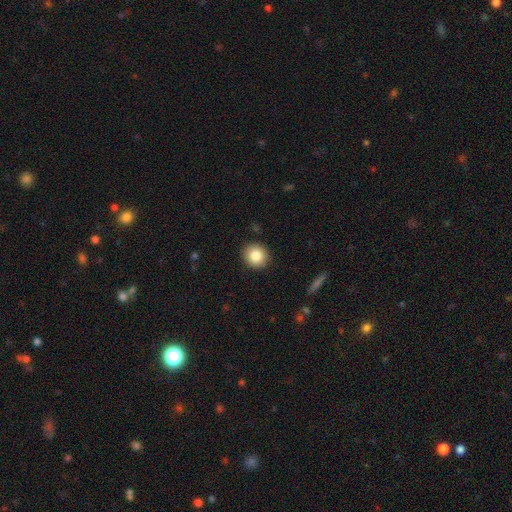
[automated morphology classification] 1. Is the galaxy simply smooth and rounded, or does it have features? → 84% smooth, 9% star or artifact, 7% featured or disk.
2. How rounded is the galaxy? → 91% round, 8% in between, 1% cigar-shaped.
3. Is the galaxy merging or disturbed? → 92% none, 6% minor disturbance, 2% major disturbance, 1% merger.